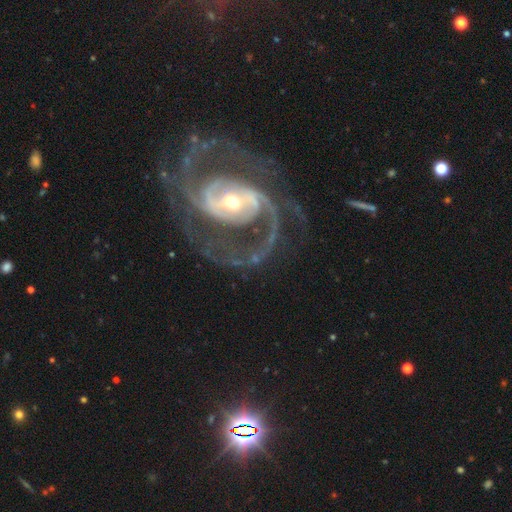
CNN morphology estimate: Smooth or featured? Predicted: featured or disk (p=0.92). Edge-on disk? Predicted: no (p=0.98). Bar? Predicted: strong (p=0.35, tied with weak). Spiral arms? Predicted: yes (p=0.98). Spiral winding? Predicted: medium (p=0.53). Spiral arm count? Predicted: 2 (p=0.71). Bulge size? Predicted: moderate (p=0.48). Merging? Predicted: none (p=0.69).